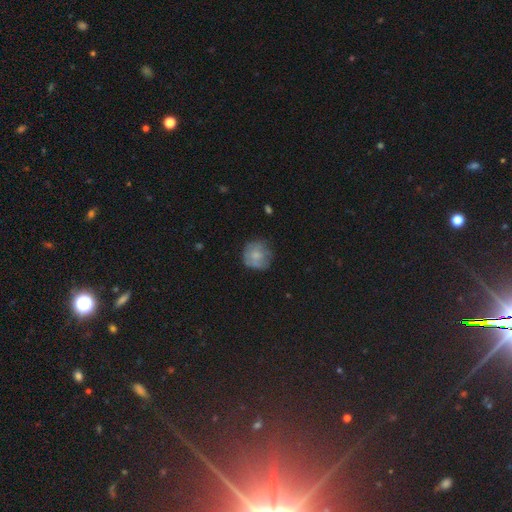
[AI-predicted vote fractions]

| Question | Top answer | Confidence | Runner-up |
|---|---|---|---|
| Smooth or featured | smooth | 66% | featured or disk (25%) |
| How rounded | round | 89% | in between (10%) |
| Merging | none | 66% | minor disturbance (23%) |